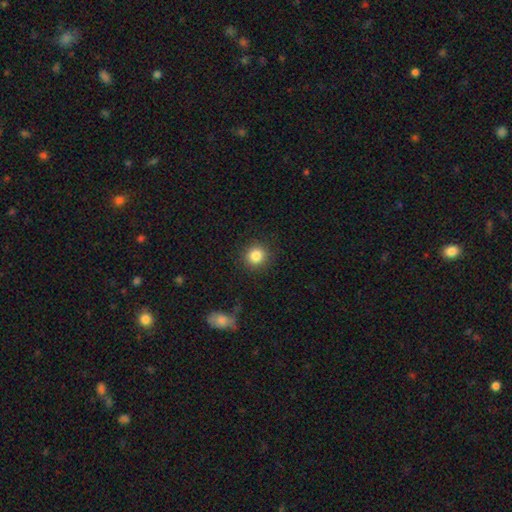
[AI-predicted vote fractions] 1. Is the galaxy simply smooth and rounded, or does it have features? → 85% smooth, 10% star or artifact, 5% featured or disk.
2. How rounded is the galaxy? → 92% round, 7% in between, 1% cigar-shaped.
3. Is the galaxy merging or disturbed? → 89% none, 6% minor disturbance, 3% major disturbance, 1% merger.